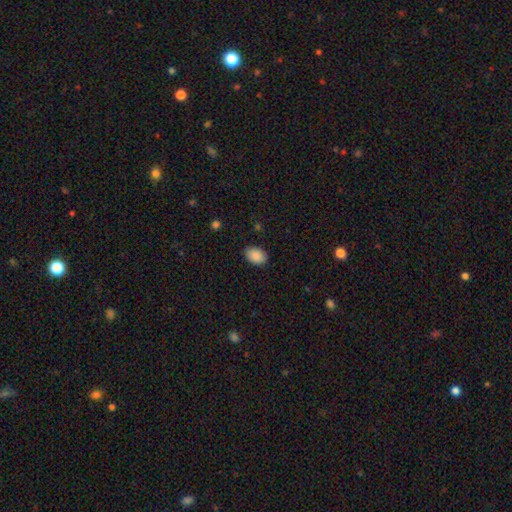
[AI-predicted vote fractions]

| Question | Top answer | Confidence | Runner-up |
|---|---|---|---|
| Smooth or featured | smooth | 90% | star or artifact (8%) |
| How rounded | in between | 81% | round (18%) |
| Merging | none | 87% | minor disturbance (10%) |